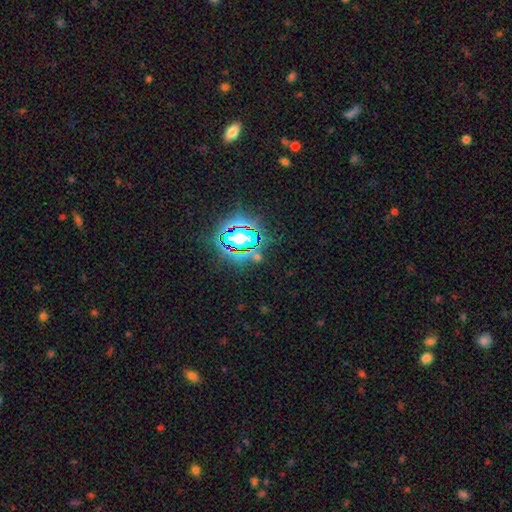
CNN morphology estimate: The model was most divided on "smooth or featured": star or artifact: 75%, smooth: 15%, featured or disk: 10%.